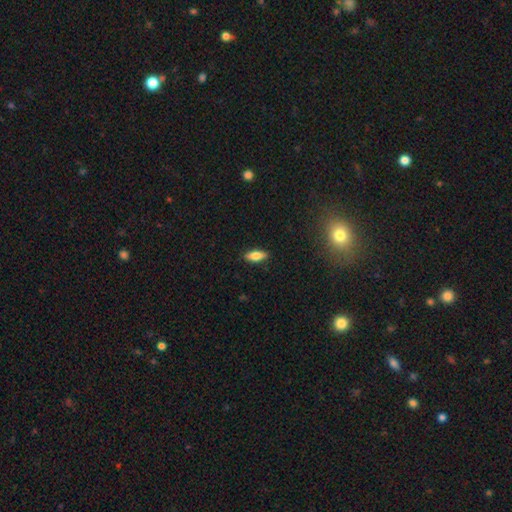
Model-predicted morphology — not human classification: A smooth galaxy with no disk features (79%) that is in between round and cigar-shaped (75%). Merging: none (88%).